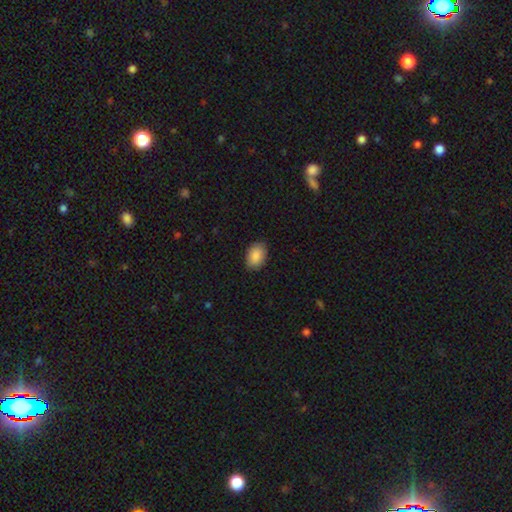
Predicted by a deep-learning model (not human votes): The model was most divided on "merging": none: 85%, minor disturbance: 12%, major disturbance: 2%, merger: 1%. More confident: smooth or featured — smooth (89%); how rounded — in between (86%).